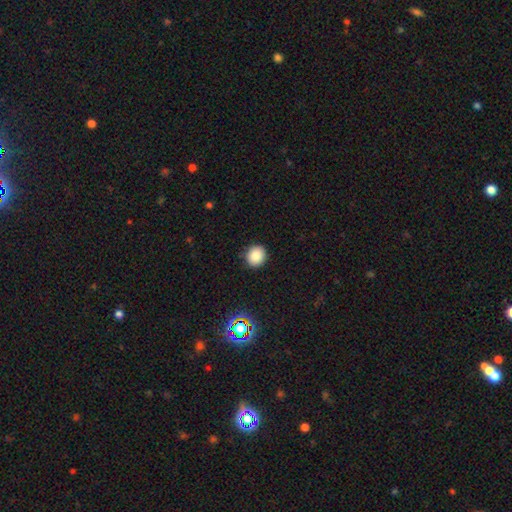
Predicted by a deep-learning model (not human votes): Smooth or featured? Predicted: smooth (p=0.86). How rounded? Predicted: round (p=0.82). Merging? Predicted: none (p=0.89).